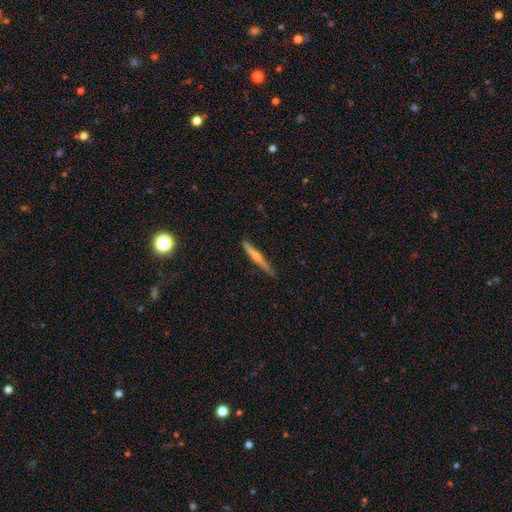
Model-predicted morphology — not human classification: This appears to be a featured or disk galaxy (66%) viewed edge-on (98%) with a rounded central bulge (82%). Merging: none (88%).